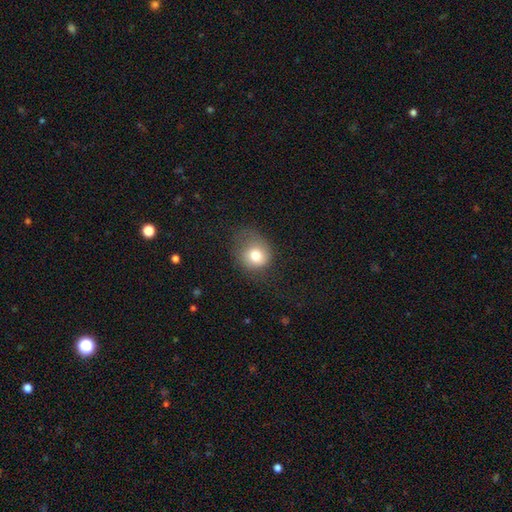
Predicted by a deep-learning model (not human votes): Smooth or featured?
  - smooth: 76% *
  - featured or disk: 15%
  - star or artifact: 10%
How rounded?
  - round: 68% *
  - in between: 31%
  - cigar-shaped: 1%
Merging?
  - none: 44% *
  - minor disturbance: 30%
  - major disturbance: 24%
  - merger: 2%